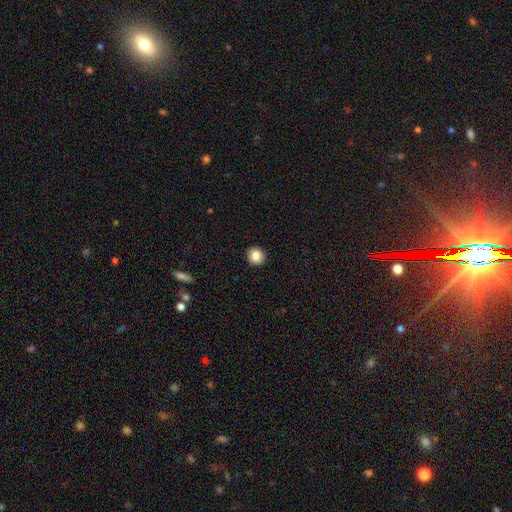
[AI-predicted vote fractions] Morphology: type=smooth (86%); roundness=round (88%); merging=none (92%).